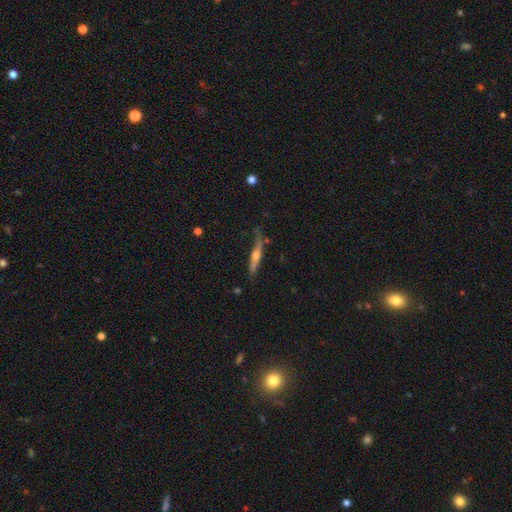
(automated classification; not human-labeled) This appears to be a featured or disk galaxy (64%) viewed edge-on (95%) with a rounded central bulge (87%). Merging: none (70%).